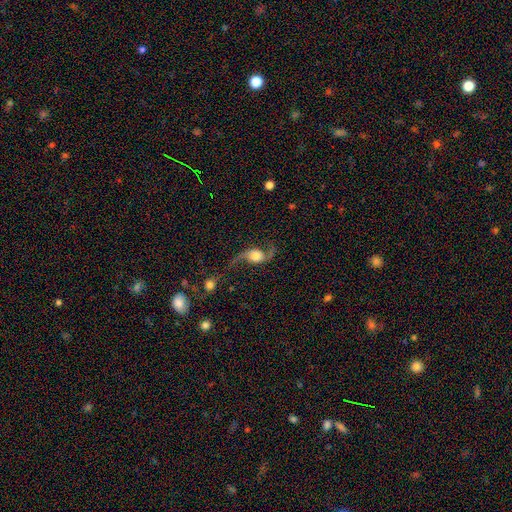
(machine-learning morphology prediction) smooth-or-featured: featured or disk: 84% | smooth: 10% | star or artifact: 6%
  disk-edge-on: no: 95% | yes: 5%
    bar: no: 65% | weak: 27% | strong: 9%
    has-spiral-arms: yes: 96% | no: 4%
      spiral-winding: loose: 89% | medium: 9% | tight: 2%
      spiral-arm-count: 2: 92% | 1: 3% | can't tell: 1% | 3: 1% | 4: 1% | more than 4: 1%
    bulge-size: large: 40% | moderate: 33% | dominant: 12% | small: 11% | none: 5%
  merging: none: 57% | major disturbance: 17% | minor disturbance: 16% | merger: 10%